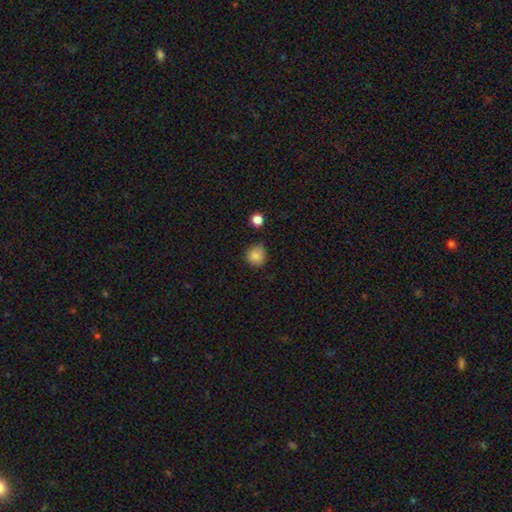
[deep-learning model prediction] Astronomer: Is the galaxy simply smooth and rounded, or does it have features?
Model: smooth — 85%.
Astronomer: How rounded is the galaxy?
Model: round — 87%.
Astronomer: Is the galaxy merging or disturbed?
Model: none — 71%.